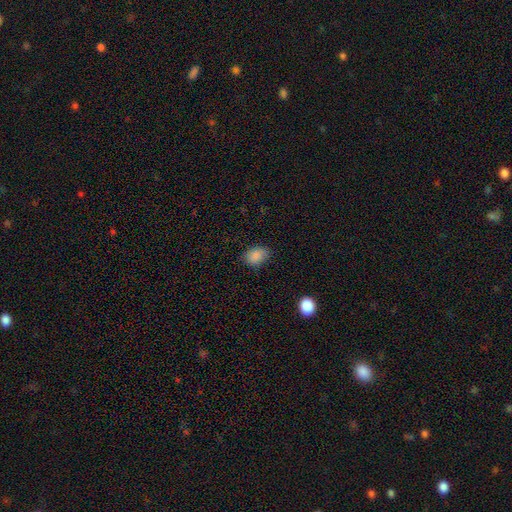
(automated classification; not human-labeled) A smooth galaxy with no disk features (87%) that is in between round and cigar-shaped (75%). Merging: none (79%).